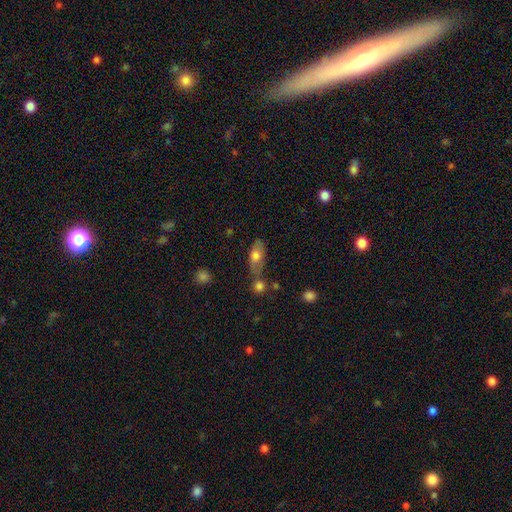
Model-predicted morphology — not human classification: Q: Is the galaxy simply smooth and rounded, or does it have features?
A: smooth — 70%.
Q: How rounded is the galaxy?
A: in between — 82%.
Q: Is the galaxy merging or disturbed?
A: none — 53%.